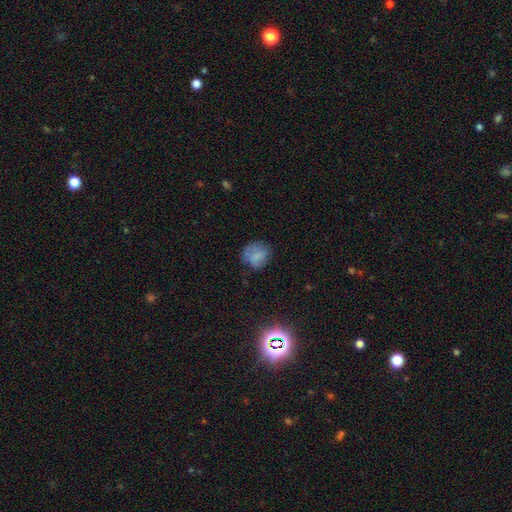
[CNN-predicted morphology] Smooth or featured?
  - smooth: 74% *
  - featured or disk: 14%
  - star or artifact: 12%
How rounded?
  - round: 73% *
  - in between: 26%
  - cigar-shaped: 1%
Merging?
  - none: 62% *
  - minor disturbance: 26%
  - major disturbance: 10%
  - merger: 2%